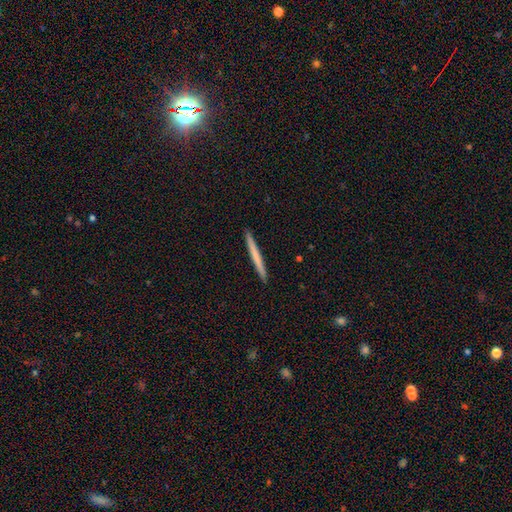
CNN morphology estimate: This is likely a smooth galaxy (62%). How rounded: clearly cigar-shaped (97%). Merging: clearly none (93%).